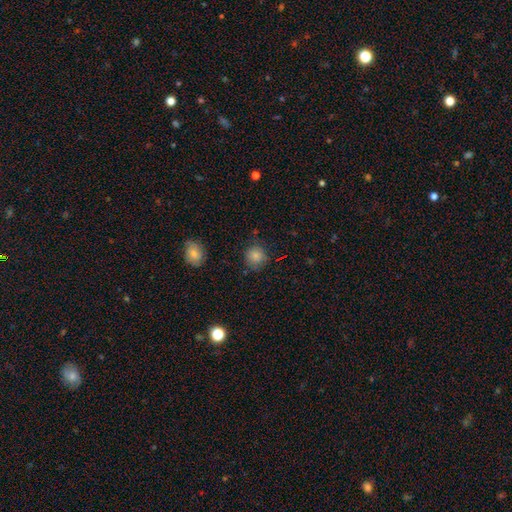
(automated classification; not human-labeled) Overall: smooth (83%). How rounded: round (84%). Merging: none (77%).